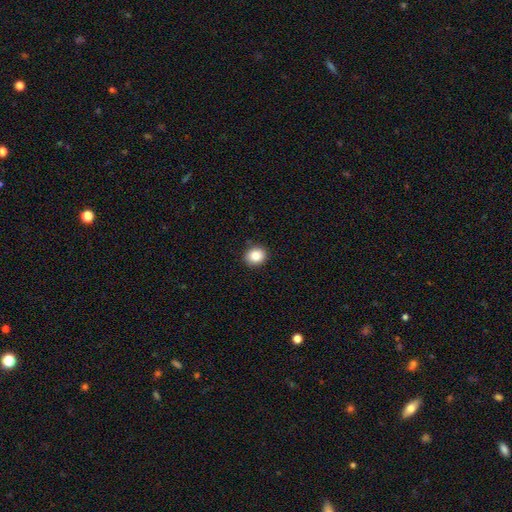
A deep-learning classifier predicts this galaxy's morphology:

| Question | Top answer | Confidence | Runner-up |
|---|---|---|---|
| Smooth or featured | smooth | 85% | star or artifact (10%) |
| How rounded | round | 72% | in between (27%) |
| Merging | none | 90% | minor disturbance (7%) |